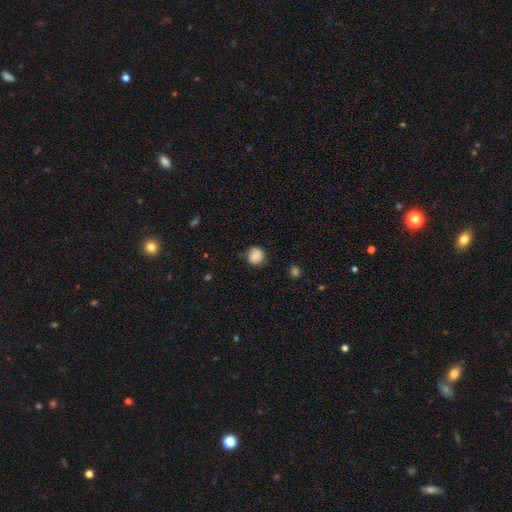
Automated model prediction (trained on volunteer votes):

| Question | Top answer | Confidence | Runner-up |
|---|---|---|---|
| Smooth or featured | smooth | 72% | featured or disk (19%) |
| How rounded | round | 88% | in between (11%) |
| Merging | none | 76% | minor disturbance (19%) |